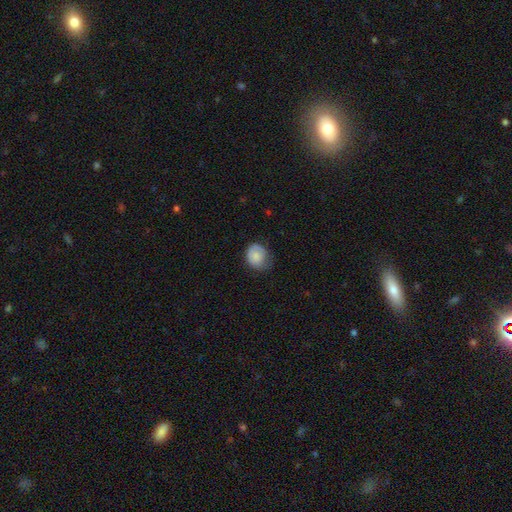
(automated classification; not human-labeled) A smooth galaxy with no disk features (78%) that is round (64%).

Vote fractions:
- Smooth or featured? smooth: 78% / featured or disk: 16% / star or artifact: 7%
- How rounded? round: 64% / in between: 35% / cigar-shaped: 1%
- Merging? none: 50% / minor disturbance: 35% / major disturbance: 13% / merger: 1%